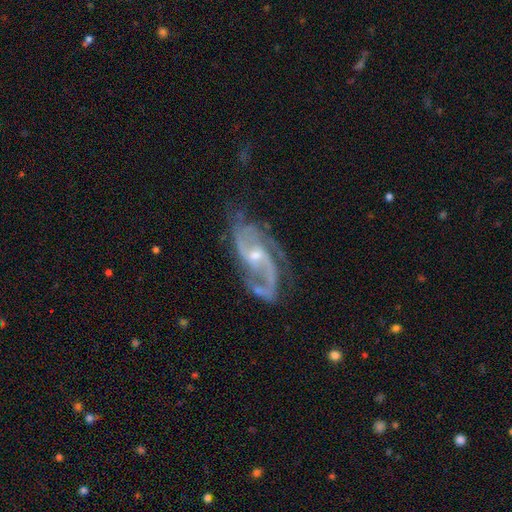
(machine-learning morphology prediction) This is clearly a featured or disk galaxy (90%). It is clearly not viewed edge-on (96%). Bar: marginally no (44%). Spiral arm pattern: clearly yes (97%). Spiral arm count: likely 2 (76%). Spiral winding: possibly medium (50%). Central bulge: likely small (62%). Merging: possibly none (58%).